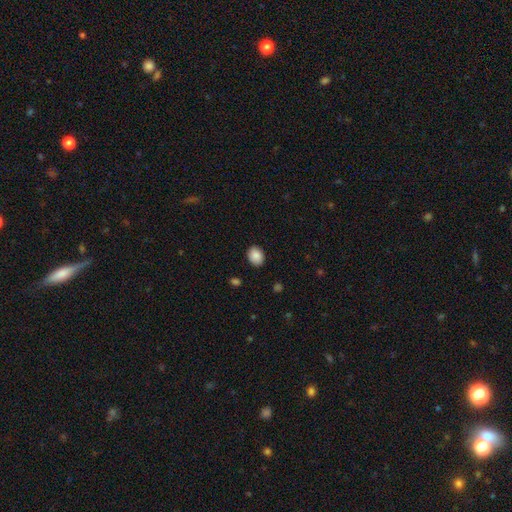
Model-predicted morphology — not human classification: The model was most divided on "how rounded": in between: 58%, round: 42%, cigar-shaped: 1%. More confident: smooth or featured — smooth (89%); merging — none (88%).